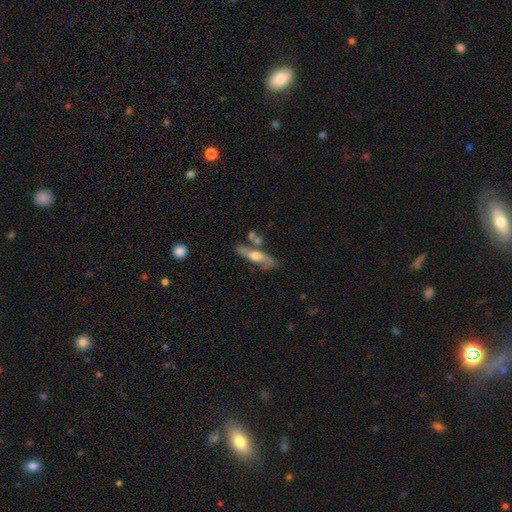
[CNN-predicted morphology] Smooth or featured?
  - featured or disk: 60% *
  - smooth: 34%
  - star or artifact: 6%
Edge-on disk?
  - no: 57% *
  - yes: 43%
Merging?
  - none: 59% *
  - minor disturbance: 19%
  - merger: 14%
  - major disturbance: 7%